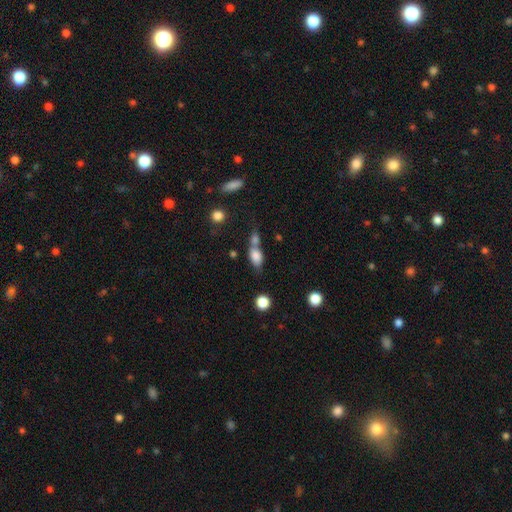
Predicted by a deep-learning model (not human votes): A smooth galaxy with no disk features (78%) that is in between round and cigar-shaped (80%). Merging: merger (48%).